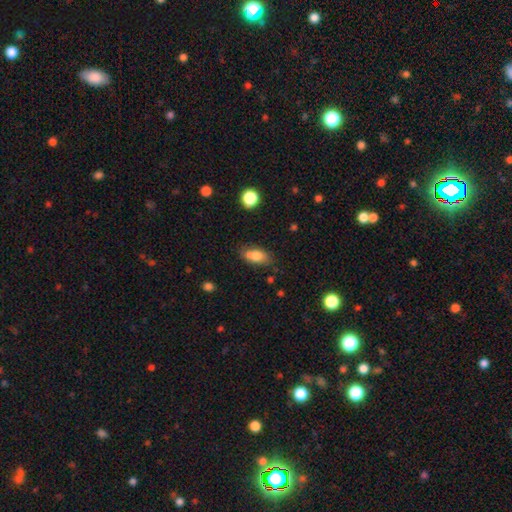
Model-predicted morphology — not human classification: This is likely a smooth galaxy (78%). How rounded: clearly in between (86%). Merging: likely none (74%).